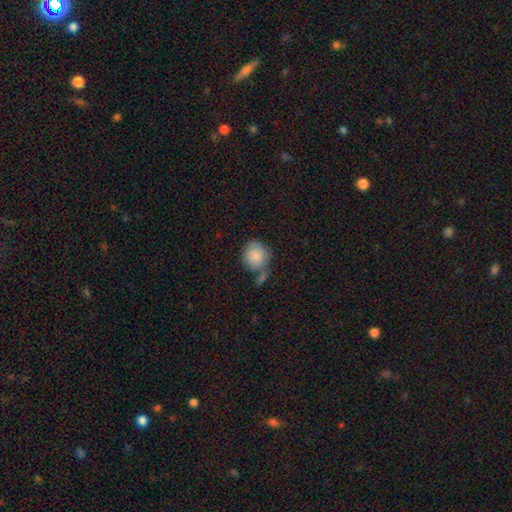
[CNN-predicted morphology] A smooth galaxy with no disk features (86%) that is round (78%).

Vote fractions:
- Smooth or featured? smooth: 86% / featured or disk: 8% / star or artifact: 6%
- How rounded? round: 78% / in between: 21% / cigar-shaped: 1%
- Merging? none: 53% / merger: 22% / minor disturbance: 18% / major disturbance: 6%